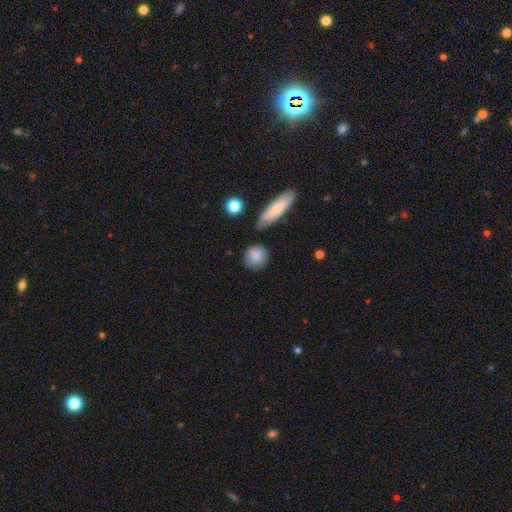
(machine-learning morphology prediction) This is clearly a smooth galaxy (84%). How rounded: clearly round (82%). Merging: likely none (78%).